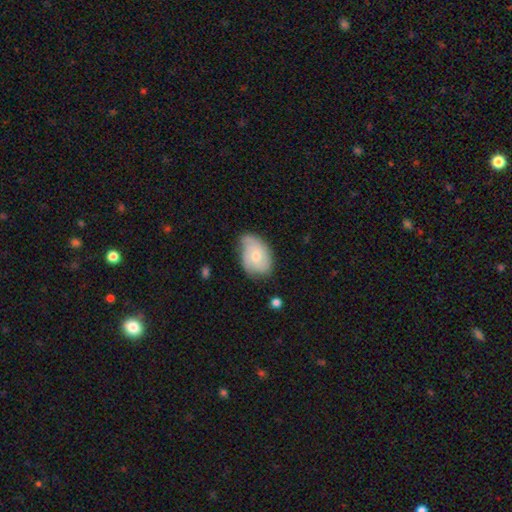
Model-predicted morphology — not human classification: This is possibly a featured or disk galaxy (57%). It is clearly not viewed edge-on (96%). Bar: likely no (75%). Spiral arm pattern: clearly yes (84%). Central bulge: possibly moderate (55%). Merging: possibly none (57%).